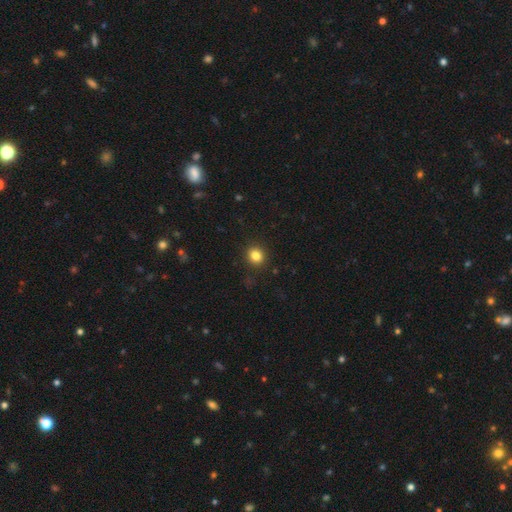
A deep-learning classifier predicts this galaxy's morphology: A smooth galaxy with no disk features (84%) that is round (84%). Merging: none (90%).